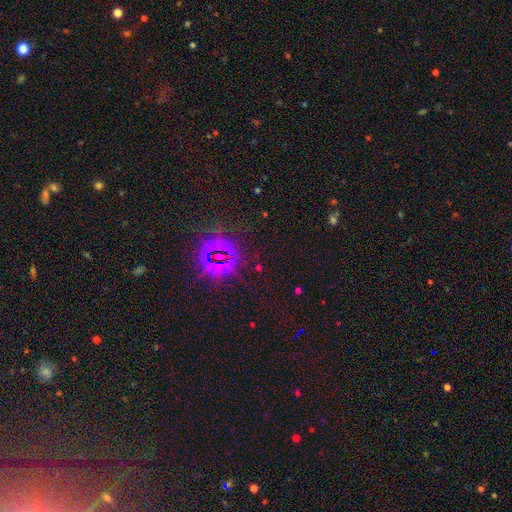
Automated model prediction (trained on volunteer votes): star or artifact 77%, smooth 16%, featured or disk 7%.